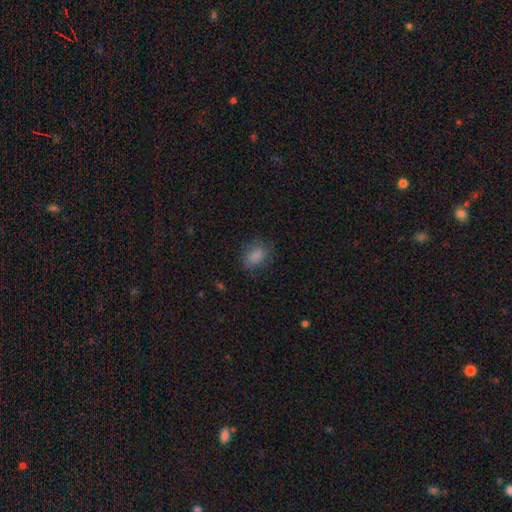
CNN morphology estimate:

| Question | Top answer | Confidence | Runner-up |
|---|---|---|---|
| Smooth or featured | smooth | 83% | star or artifact (9%) |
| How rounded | in between | 79% | round (19%) |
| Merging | none | 73% | minor disturbance (19%) |